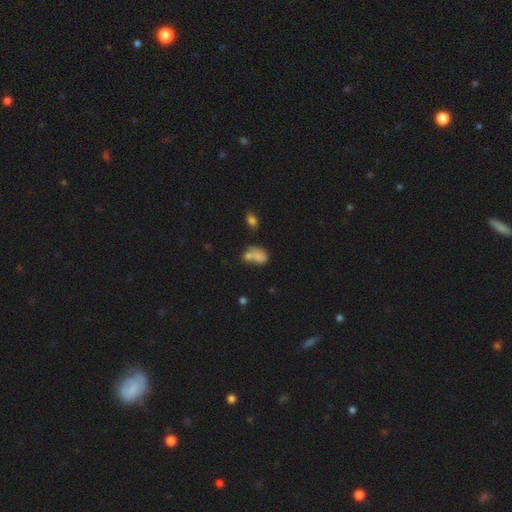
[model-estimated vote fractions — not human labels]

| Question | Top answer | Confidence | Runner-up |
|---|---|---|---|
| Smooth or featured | smooth | 74% | featured or disk (14%) |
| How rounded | in between | 77% | round (21%) |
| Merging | merger | 47% | none (28%) |